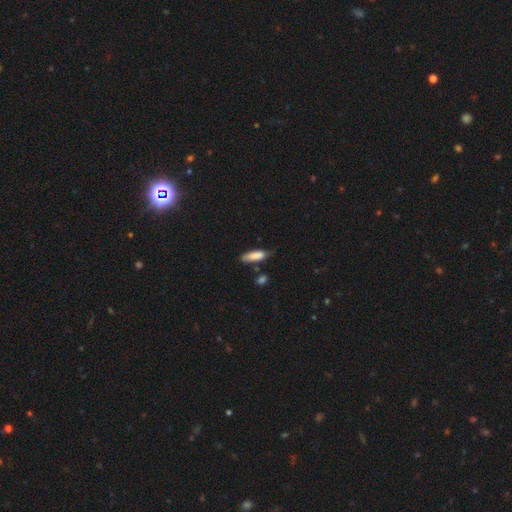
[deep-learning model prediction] The model was most divided on "how rounded": in between: 55%, cigar-shaped: 43%, round: 2%. More confident: smooth or featured — smooth (84%); merging — none (58%).